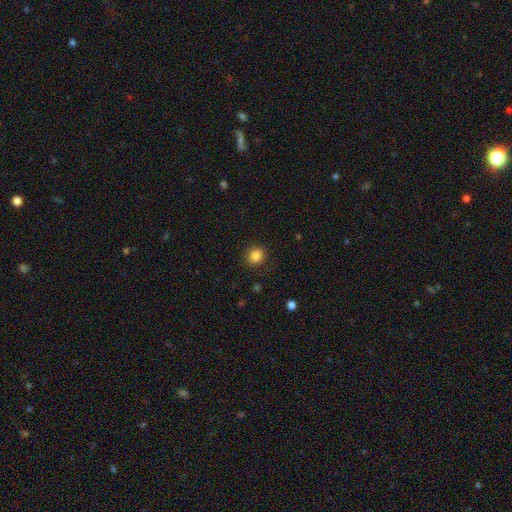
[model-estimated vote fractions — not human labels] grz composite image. It shows a smooth galaxy with no disk features (85%) that is round (84%). Merging: none (88%).